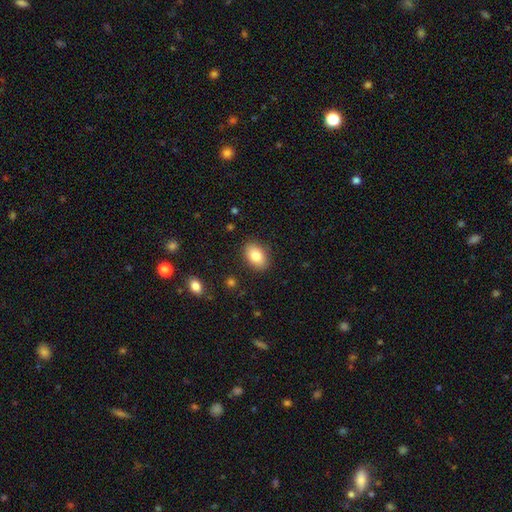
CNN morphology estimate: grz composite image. It shows a smooth galaxy with no disk features (84%) that is in between round and cigar-shaped (87%). Merging: none (87%).